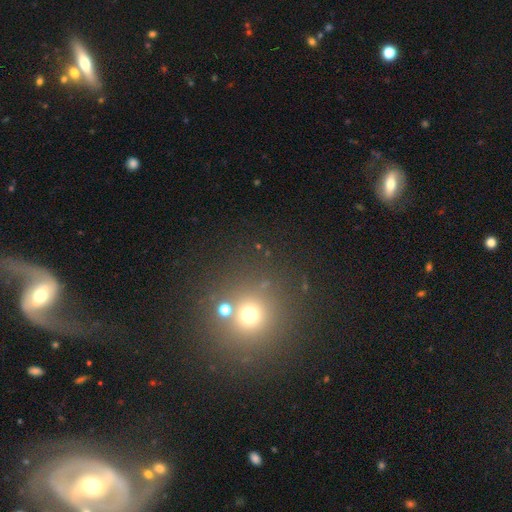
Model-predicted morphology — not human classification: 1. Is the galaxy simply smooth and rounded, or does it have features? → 42% smooth, 30% star or artifact, 29% featured or disk.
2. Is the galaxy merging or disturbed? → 75% none, 10% minor disturbance, 8% merger, 7% major disturbance.